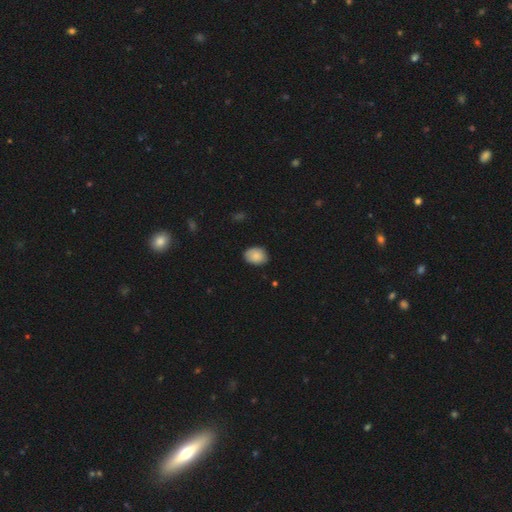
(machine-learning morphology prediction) Smooth or featured: smooth — 86% (star or artifact — 7%)
How rounded: in between — 72% (round — 27%)
Merging: none — 83% (minor disturbance — 14%)